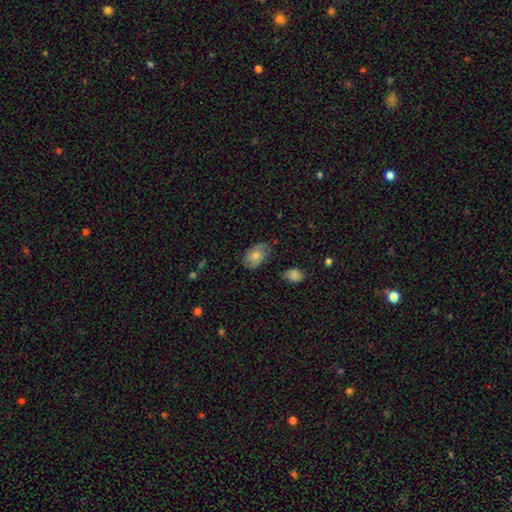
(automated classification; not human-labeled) Smooth or featured? smooth (57%)
How rounded? in between (86%)
Merging? none (73%)